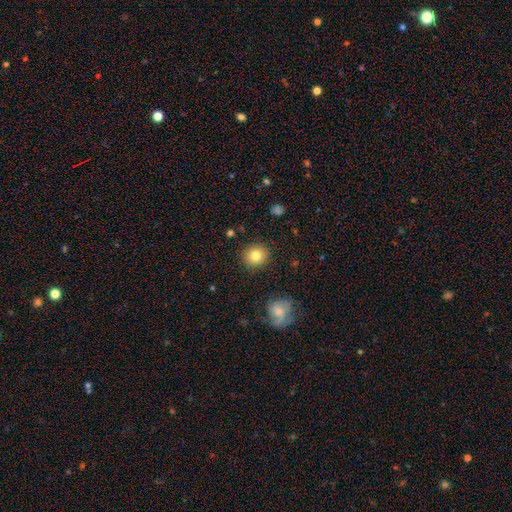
Q: Smooth or featured?
A: smooth (95%); runner-up: star or artifact (5%)
Q: How rounded?
A: round (89%); runner-up: in between (11%)
Q: Merging?
A: none (86%); runner-up: minor disturbance (5%)